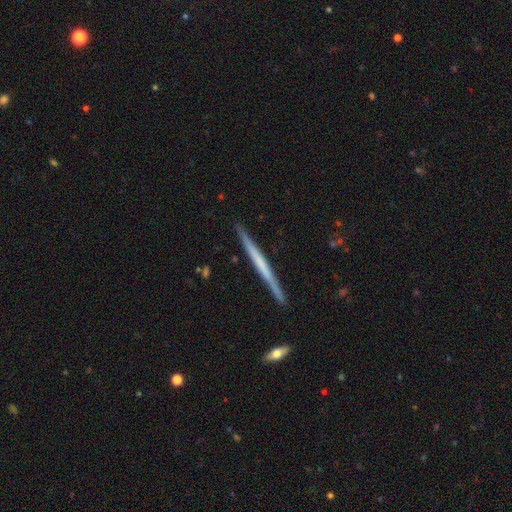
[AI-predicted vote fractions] Smooth or featured? Predicted: featured or disk (p=0.59). Edge-on disk? Predicted: yes (p=0.98). Edge-on bulge? Predicted: none (p=0.83). Merging? Predicted: none (p=0.90).